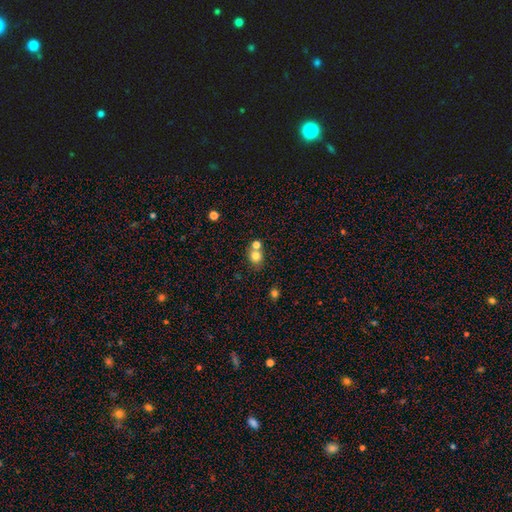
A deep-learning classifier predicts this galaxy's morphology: Smooth or featured?
  - smooth: 79% *
  - star or artifact: 12%
  - featured or disk: 9%
How rounded?
  - round: 74% *
  - in between: 25%
  - cigar-shaped: 1%
Merging?
  - none: 52% *
  - merger: 36%
  - minor disturbance: 9%
  - major disturbance: 3%